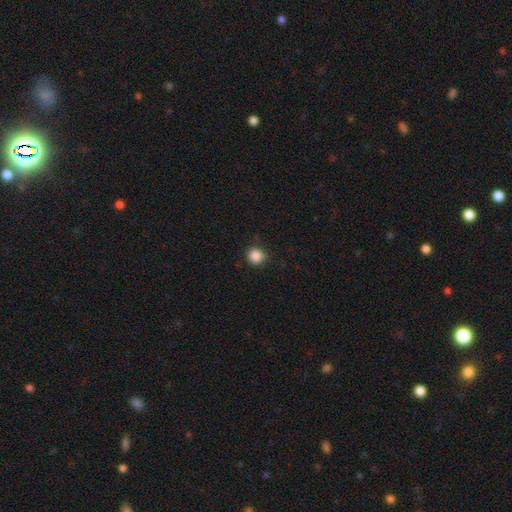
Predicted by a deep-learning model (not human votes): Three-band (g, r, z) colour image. It shows a smooth galaxy with no disk features (87%) that is round (91%). Merging: none (87%).